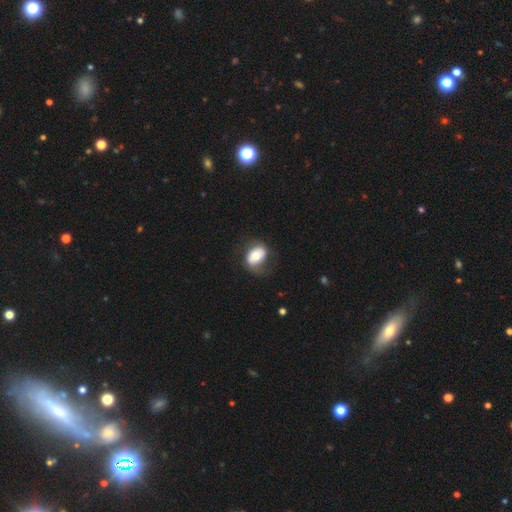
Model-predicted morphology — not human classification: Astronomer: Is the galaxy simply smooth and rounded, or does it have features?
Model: smooth — 61%.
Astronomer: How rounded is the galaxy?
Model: in between — 73%.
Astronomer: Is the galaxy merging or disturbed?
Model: none — 60%.